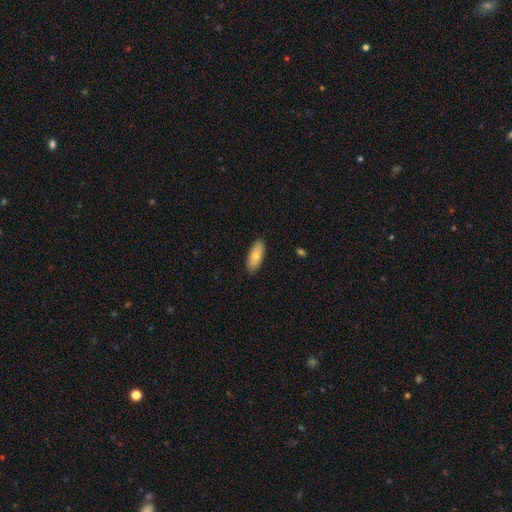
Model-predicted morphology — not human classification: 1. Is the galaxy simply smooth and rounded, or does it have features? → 74% smooth, 20% featured or disk, 6% star or artifact.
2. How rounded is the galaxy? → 82% in between, 16% cigar-shaped, 2% round.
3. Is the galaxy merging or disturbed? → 87% none, 10% minor disturbance, 2% major disturbance, 1% merger.